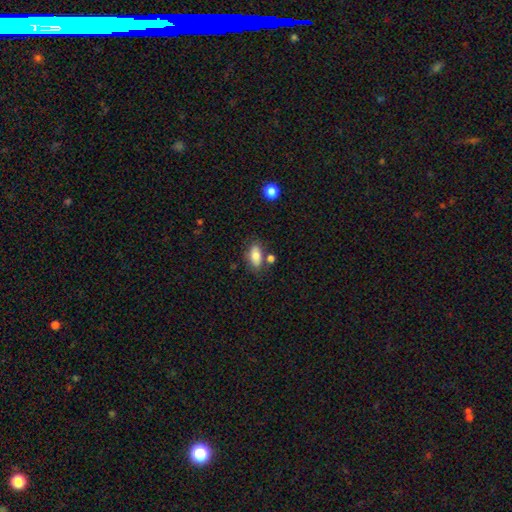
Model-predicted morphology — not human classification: A smooth galaxy with no disk features (80%) that is in between round and cigar-shaped (89%).

Vote fractions:
- Smooth or featured? smooth: 80% / featured or disk: 12% / star or artifact: 8%
- How rounded? in between: 89% / cigar-shaped: 6% / round: 5%
- Merging? none: 69% / minor disturbance: 15% / merger: 12% / major disturbance: 4%